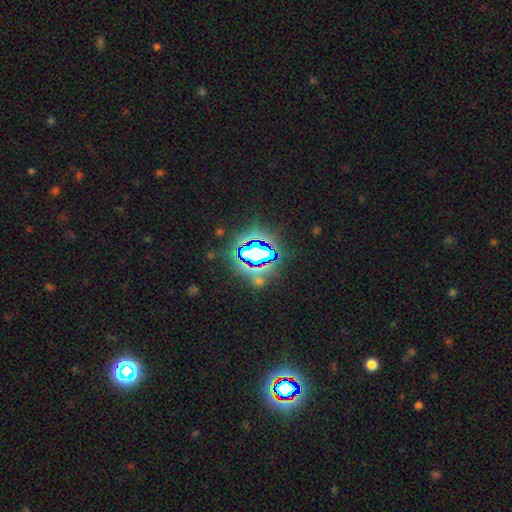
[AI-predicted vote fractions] A star or artifact, not a galaxy (75%).